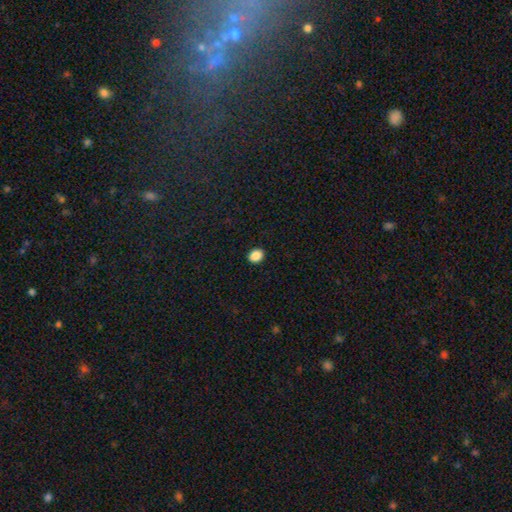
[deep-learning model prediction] smooth_or_featured: smooth (p=0.88) [alt: star or artifact p=0.09]
how_rounded: in between (p=0.53) [alt: round p=0.46]
merging: none (p=0.91) [alt: minor disturbance p=0.07]